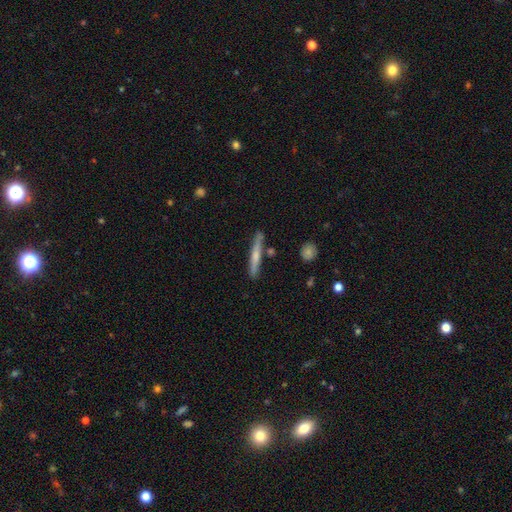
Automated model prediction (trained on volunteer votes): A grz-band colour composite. It shows a smooth galaxy with no disk features (52%) that is cigar-shaped (94%). Merging: none (82%).